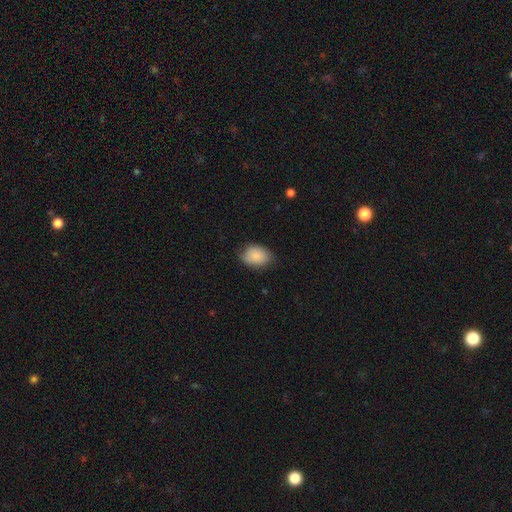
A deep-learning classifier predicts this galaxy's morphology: This appears to be a smooth galaxy with no disk features (87%) that is in between round and cigar-shaped (78%). Merging: none (77%).